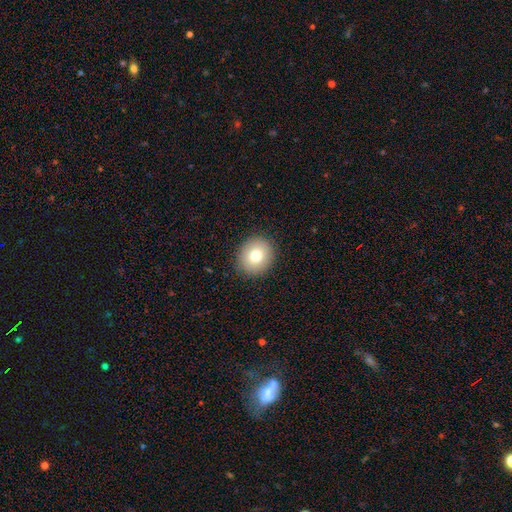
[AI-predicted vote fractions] Smooth or featured?
  - smooth: 77% *
  - featured or disk: 13%
  - star or artifact: 10%
How rounded?
  - round: 78% *
  - in between: 21%
  - cigar-shaped: 1%
Merging?
  - none: 90% *
  - minor disturbance: 7%
  - major disturbance: 2%
  - merger: 1%